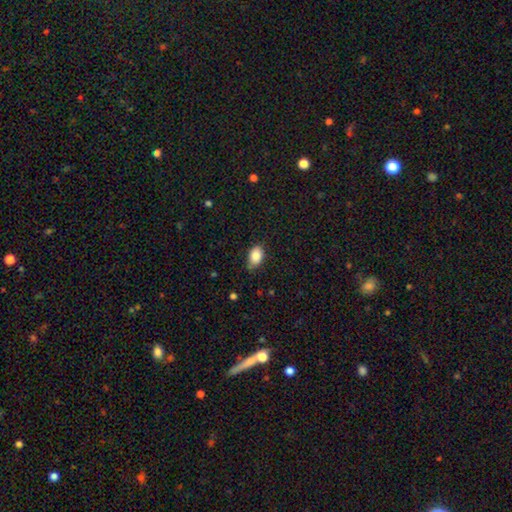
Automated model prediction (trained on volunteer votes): smooth 86%, star or artifact 8%, featured or disk 7%. Down the decision tree: how rounded — in between (88%); merging — none (75%).